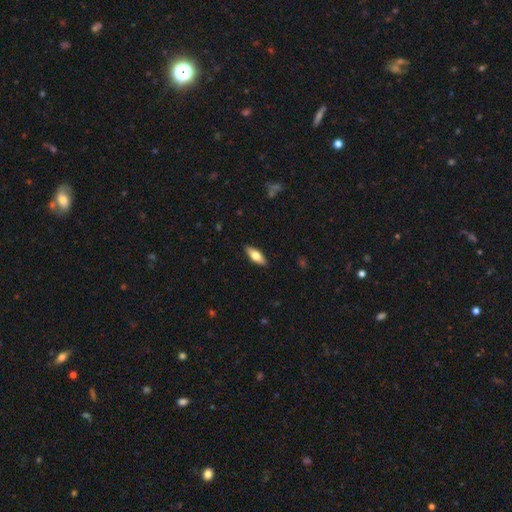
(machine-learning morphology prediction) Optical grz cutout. It shows a smooth galaxy with no disk features (62%) that is in between round and cigar-shaped (69%). Merging: none (89%).